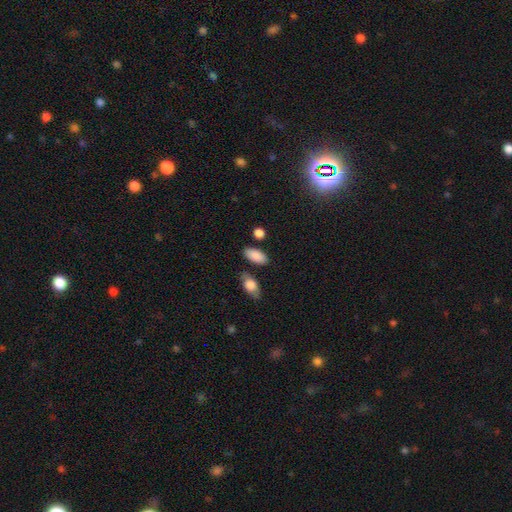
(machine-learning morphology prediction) smooth-or-featured: smooth: 87% | star or artifact: 7% | featured or disk: 6%
  how-rounded: in between: 91% | cigar-shaped: 5% | round: 4%
  merging: none: 80% | minor disturbance: 12% | merger: 6% | major disturbance: 3%